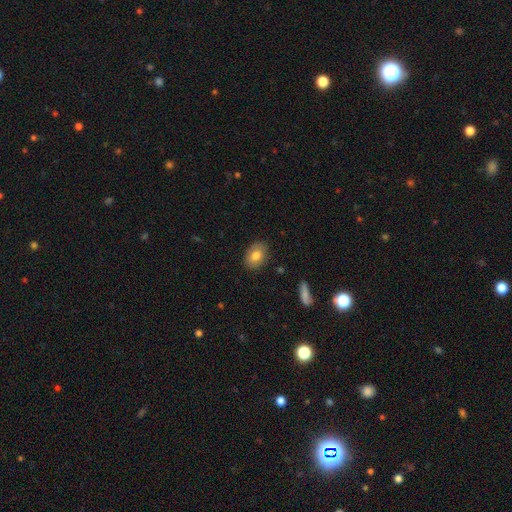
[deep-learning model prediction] Smooth or featured?
  - smooth: 79% *
  - featured or disk: 13%
  - star or artifact: 7%
How rounded?
  - in between: 82% *
  - round: 17%
  - cigar-shaped: 1%
Merging?
  - none: 84% *
  - minor disturbance: 13%
  - major disturbance: 3%
  - merger: 1%